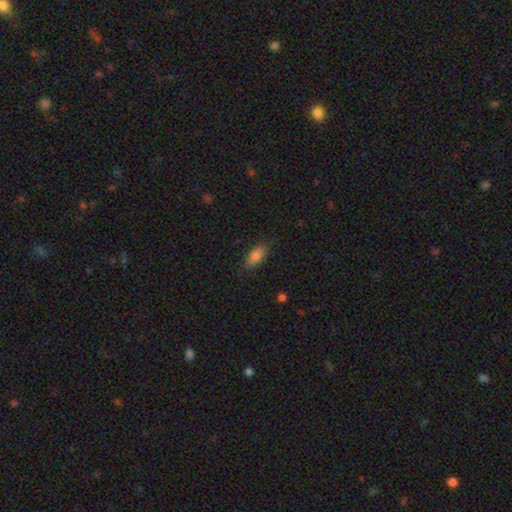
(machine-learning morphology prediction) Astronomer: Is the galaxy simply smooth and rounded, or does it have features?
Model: smooth — 84%.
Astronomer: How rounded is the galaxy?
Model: in between — 86%.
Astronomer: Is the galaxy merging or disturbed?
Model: none — 80%.